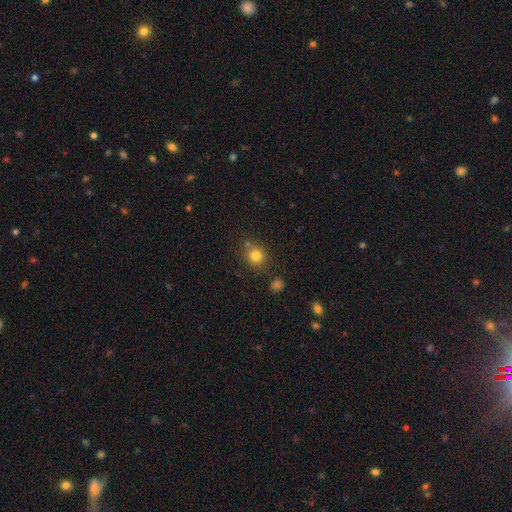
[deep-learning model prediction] Q: Smooth or featured?
A: smooth (81%); runner-up: star or artifact (12%)
Q: How rounded?
A: round (85%); runner-up: in between (14%)
Q: Merging?
A: none (75%); runner-up: minor disturbance (11%)